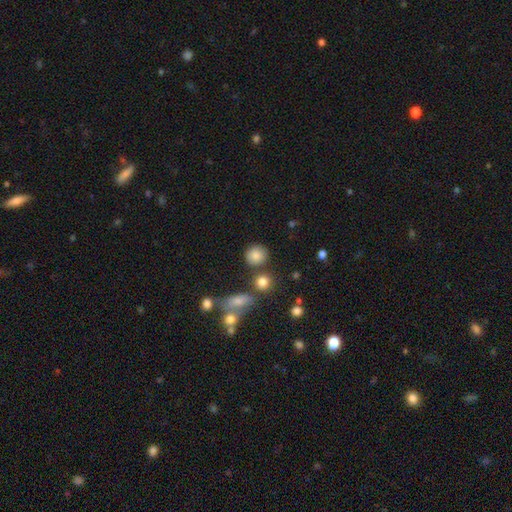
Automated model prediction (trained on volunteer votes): The model was most divided on "merging": none: 78%, minor disturbance: 10%, merger: 8%, major disturbance: 4%. More confident: how rounded — round (85%); smooth or featured — smooth (84%).